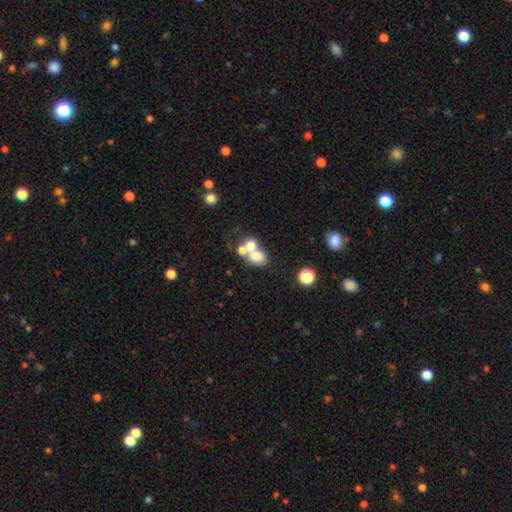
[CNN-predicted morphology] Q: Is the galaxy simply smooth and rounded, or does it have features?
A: smooth — 66%.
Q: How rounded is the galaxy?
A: round — 53%.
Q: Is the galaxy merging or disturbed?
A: merger — 59%.